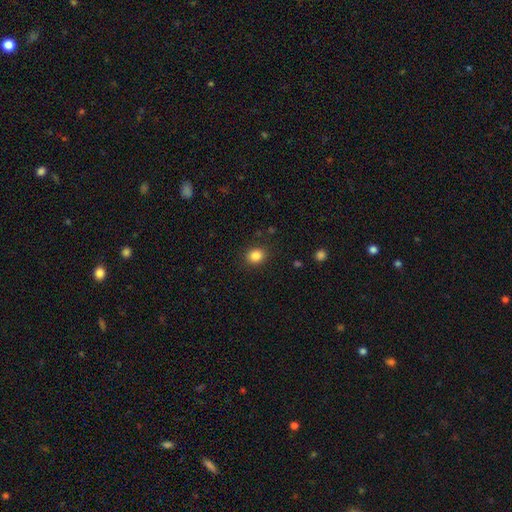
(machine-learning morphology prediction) Smooth or featured?
  - smooth: 86% *
  - star or artifact: 10%
  - featured or disk: 4%
How rounded?
  - round: 63% *
  - in between: 37%
  - cigar-shaped: 1%
Merging?
  - none: 88% *
  - minor disturbance: 8%
  - major disturbance: 3%
  - merger: 1%